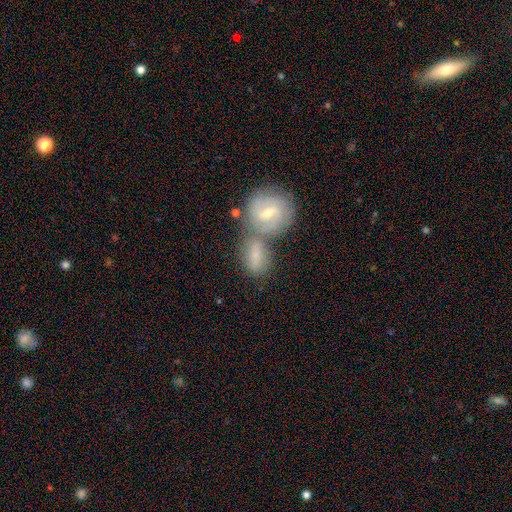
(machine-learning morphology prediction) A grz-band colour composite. It shows a smooth galaxy with no disk features (52%) that is in between round and cigar-shaped (72%). Merging: merger (48%).